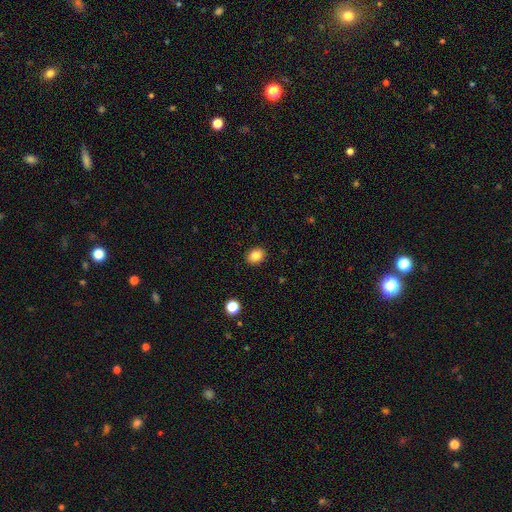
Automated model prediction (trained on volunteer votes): Smooth or featured? Predicted: smooth (p=0.84). How rounded? Predicted: in between (p=0.50). Merging? Predicted: none (p=0.91).